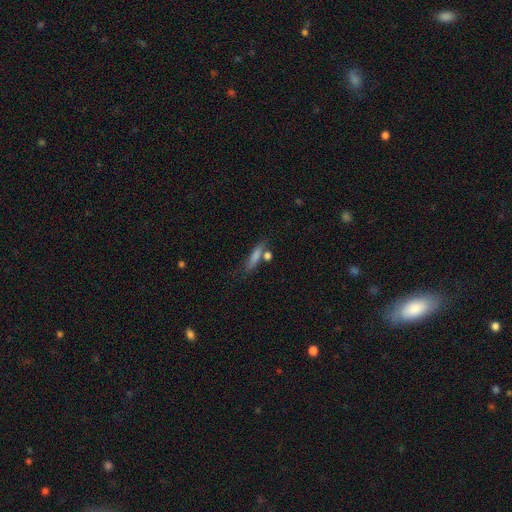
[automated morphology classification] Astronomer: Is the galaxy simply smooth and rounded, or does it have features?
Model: smooth — 61%.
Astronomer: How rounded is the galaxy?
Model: cigar-shaped — 81%.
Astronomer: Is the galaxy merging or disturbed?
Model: none — 67%.